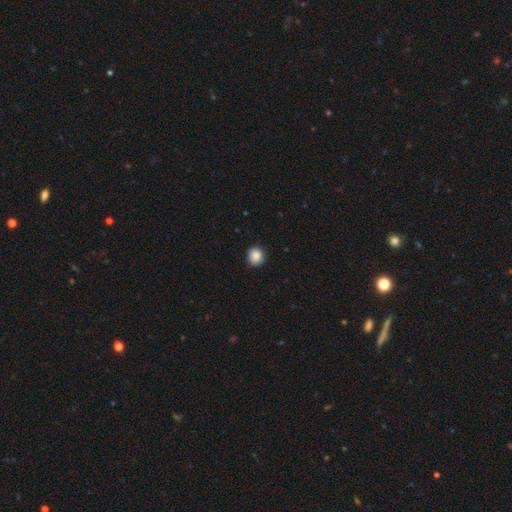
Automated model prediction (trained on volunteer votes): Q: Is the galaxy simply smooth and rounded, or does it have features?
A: smooth — 88%.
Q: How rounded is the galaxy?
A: round — 87%.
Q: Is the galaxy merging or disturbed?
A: none — 88%.